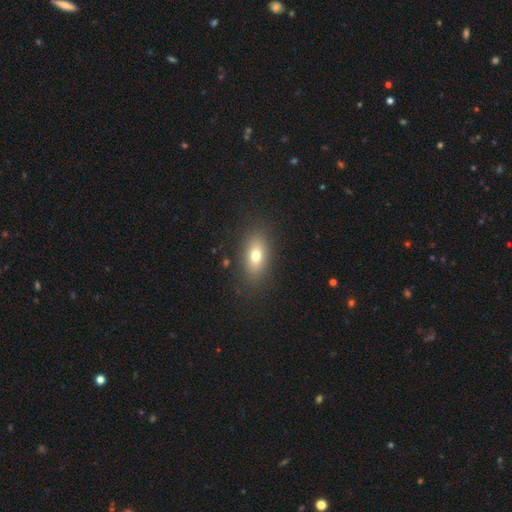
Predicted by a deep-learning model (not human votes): The model was most divided on "smooth or featured": smooth: 74%, featured or disk: 16%, star or artifact: 10%. More confident: merging — none (85%); how rounded — in between (83%).